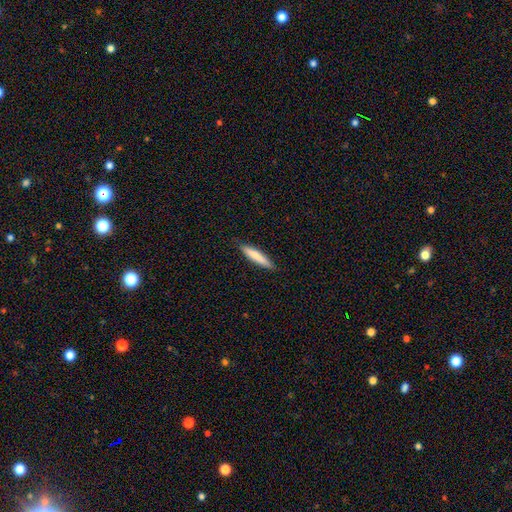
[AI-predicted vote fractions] Smooth or featured?
  - smooth: 75% *
  - featured or disk: 19%
  - star or artifact: 6%
How rounded?
  - cigar-shaped: 89% *
  - in between: 10%
  - round: 1%
Merging?
  - none: 87% *
  - minor disturbance: 10%
  - major disturbance: 2%
  - merger: 1%